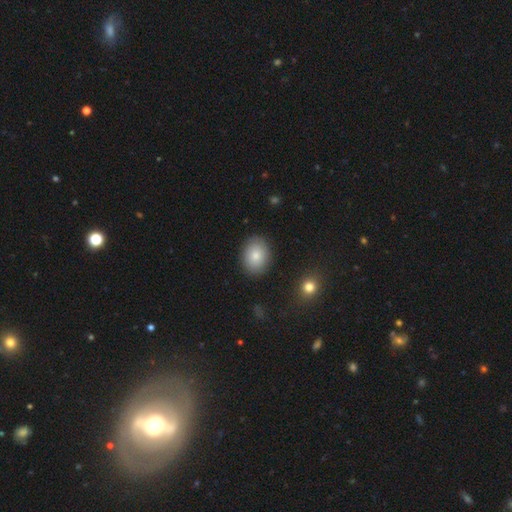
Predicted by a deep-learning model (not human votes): A smooth galaxy with no disk features (82%) that is in between round and cigar-shaped (68%). Merging: none (87%).